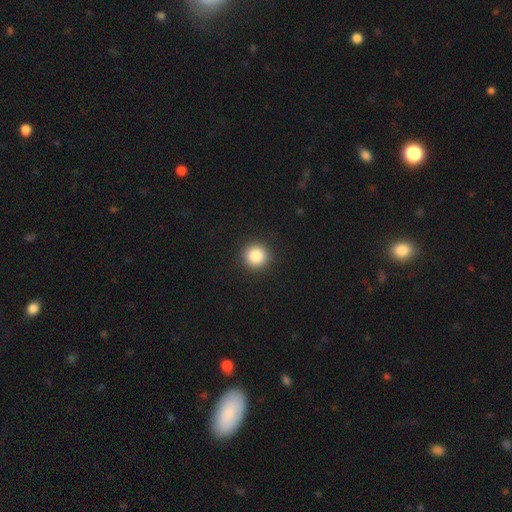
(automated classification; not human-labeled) The model was most divided on "smooth or featured": smooth: 86%, star or artifact: 10%, featured or disk: 4%. More confident: how rounded — round (95%); merging — none (93%).